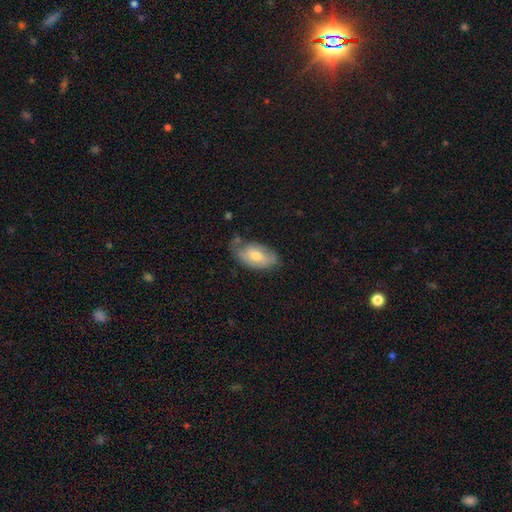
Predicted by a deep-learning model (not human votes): Q: Smooth or featured?
A: smooth (53%); runner-up: featured or disk (41%)
Q: How rounded?
A: in between (92%); runner-up: round (5%)
Q: Merging?
A: none (55%); runner-up: minor disturbance (31%)